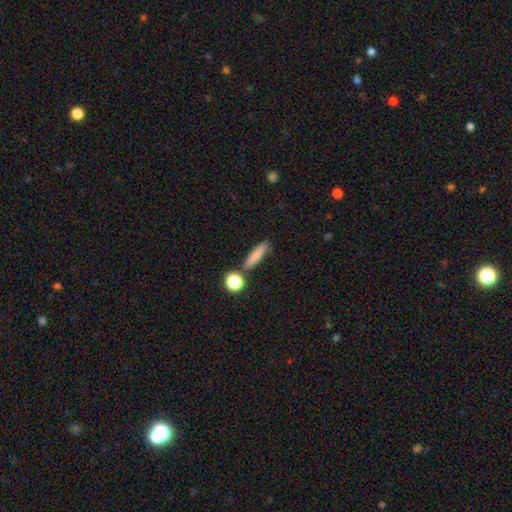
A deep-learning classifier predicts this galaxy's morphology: type=smooth (78%); roundness=cigar-shaped (75%); merging=none (77%).